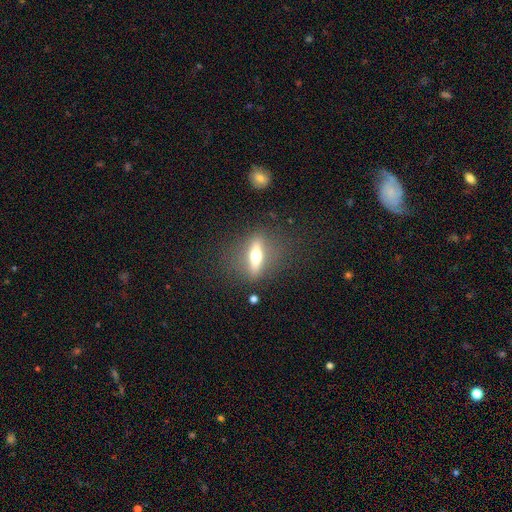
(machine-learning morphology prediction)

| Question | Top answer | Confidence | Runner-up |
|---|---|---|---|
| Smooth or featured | featured or disk | 56% | smooth (36%) |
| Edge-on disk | yes | 79% | no (21%) |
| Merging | none | 81% | minor disturbance (11%) |